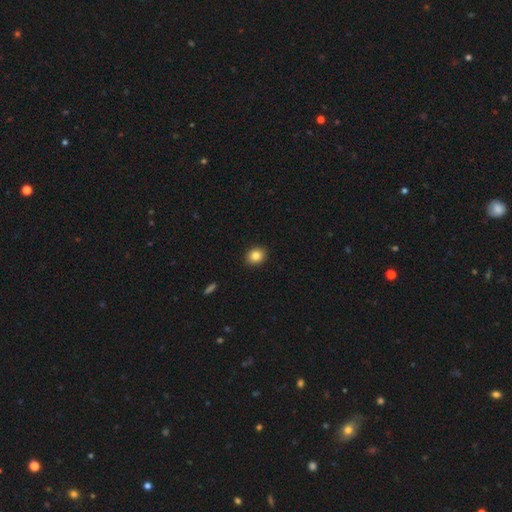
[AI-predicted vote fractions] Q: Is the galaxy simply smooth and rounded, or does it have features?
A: smooth — 84%.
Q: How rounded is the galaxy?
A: round — 61%.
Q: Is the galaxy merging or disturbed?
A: none — 91%.